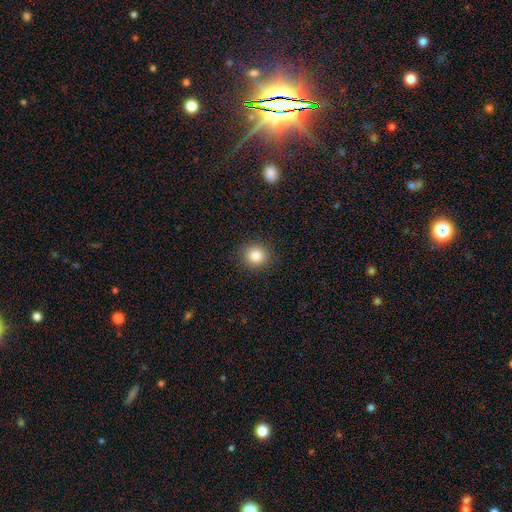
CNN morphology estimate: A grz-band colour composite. It shows a smooth galaxy with no disk features (84%) that is round (90%). Merging: none (91%).